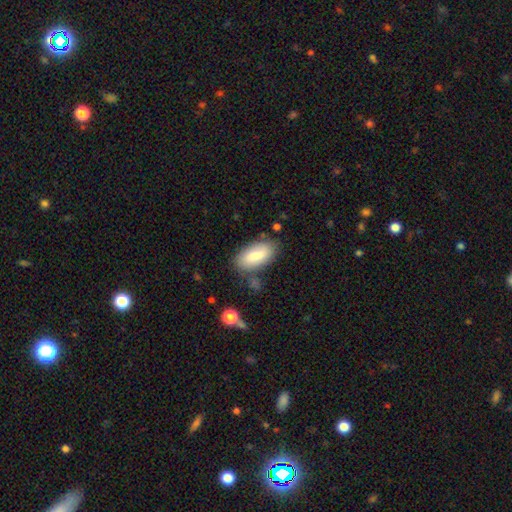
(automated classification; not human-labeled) The model was most divided on "merging": none: 73%, minor disturbance: 17%, merger: 5%, major disturbance: 5%. More confident: how rounded — in between (89%); smooth or featured — smooth (78%).